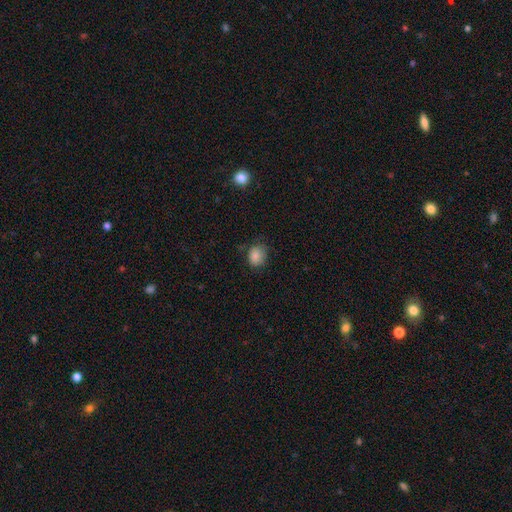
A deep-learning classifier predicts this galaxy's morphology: Smooth or featured? Predicted: smooth (p=0.85). How rounded? Predicted: round (p=0.62). Merging? Predicted: none (p=0.69).